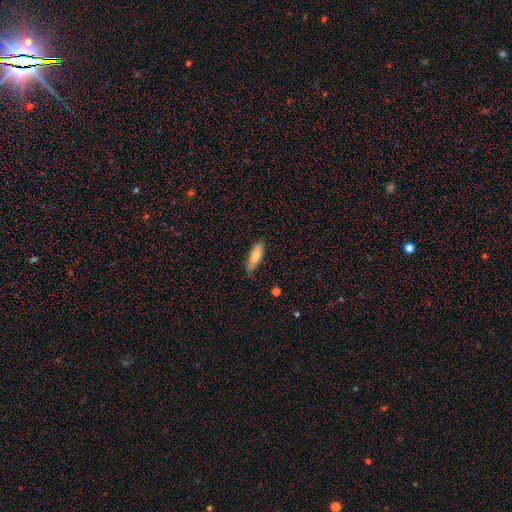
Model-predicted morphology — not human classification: Smooth or featured? Predicted: smooth (p=0.76). How rounded? Predicted: cigar-shaped (p=0.56). Merging? Predicted: none (p=0.82).